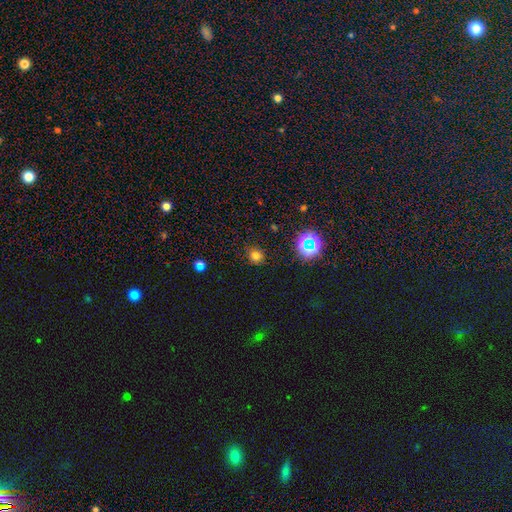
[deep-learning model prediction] Smooth or featured? Predicted: smooth (p=0.73). How rounded? Predicted: round (p=0.89). Merging? Predicted: none (p=0.88).